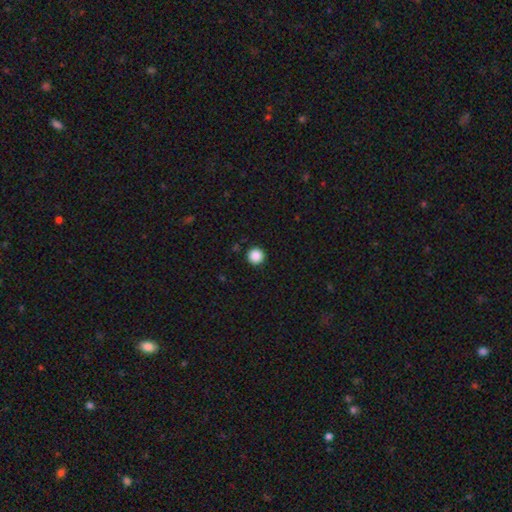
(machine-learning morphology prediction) smooth 88%, star or artifact 10%, featured or disk 2%. Down the decision tree: how rounded — round (97%); merging — none (93%).